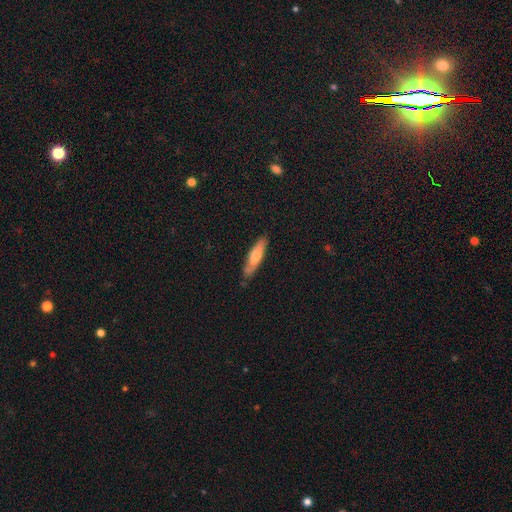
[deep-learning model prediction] Smooth or featured: smooth — 70% (featured or disk — 24%)
How rounded: cigar-shaped — 76% (in between — 22%)
Merging: none — 77% (minor disturbance — 17%)